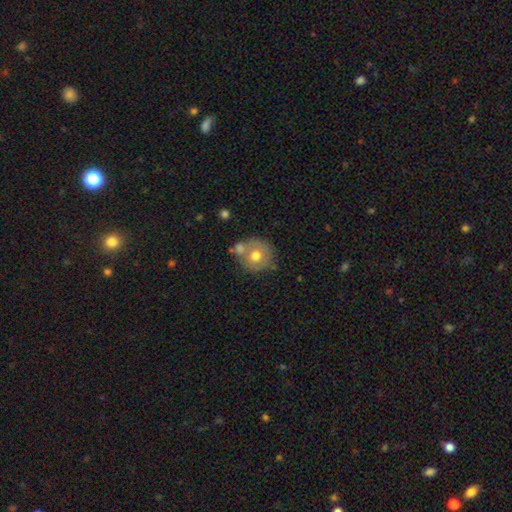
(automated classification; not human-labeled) Overall: smooth (60%; featured or disk 32%). How rounded: round (88%). Merging: none (52%; merger 28%).